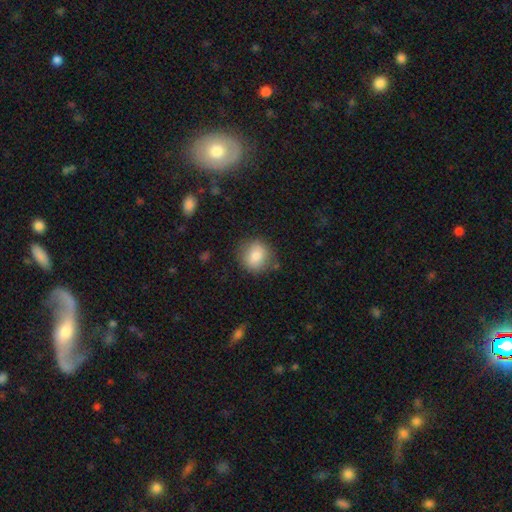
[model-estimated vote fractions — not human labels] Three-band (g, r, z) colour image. It shows a smooth galaxy with no disk features (80%) that is round (85%). Merging: none (79%).